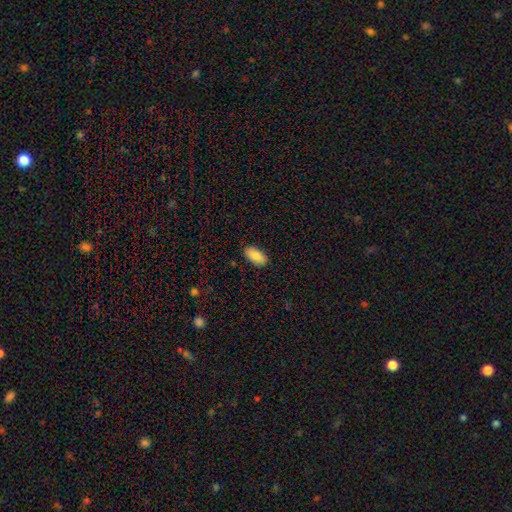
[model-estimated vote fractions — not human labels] smooth_or_featured: smooth (p=0.87) [alt: featured or disk p=0.07]
how_rounded: in between (p=0.94) [alt: cigar-shaped p=0.04]
merging: none (p=0.88) [alt: minor disturbance p=0.09]